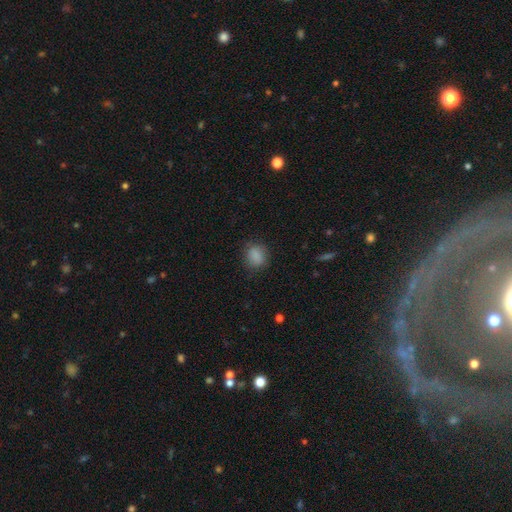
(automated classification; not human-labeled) Smooth or featured?
  - smooth: 86% *
  - star or artifact: 9%
  - featured or disk: 5%
How rounded?
  - round: 59% *
  - in between: 39%
  - cigar-shaped: 1%
Merging?
  - none: 81% *
  - minor disturbance: 14%
  - major disturbance: 4%
  - merger: 1%